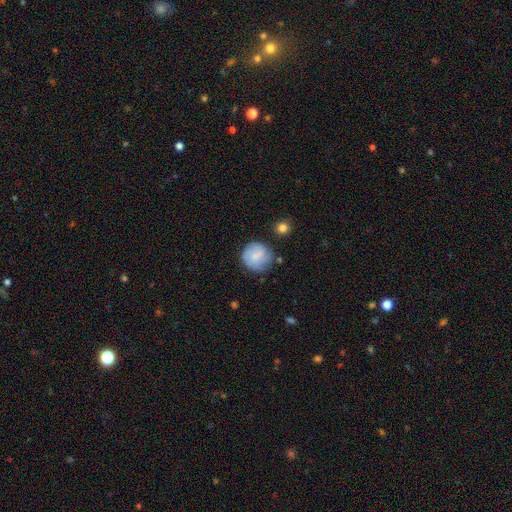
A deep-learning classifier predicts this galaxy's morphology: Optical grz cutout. It shows a smooth galaxy with no disk features (65%) that is round (90%). Merging: none (69%).